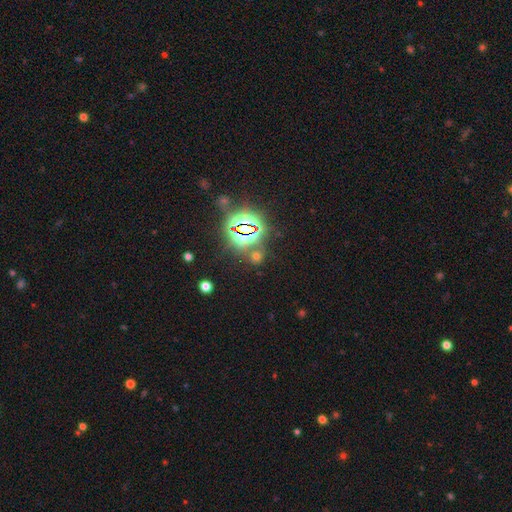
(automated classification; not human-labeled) Smooth or featured?
  - star or artifact: 59% *
  - smooth: 34%
  - featured or disk: 7%